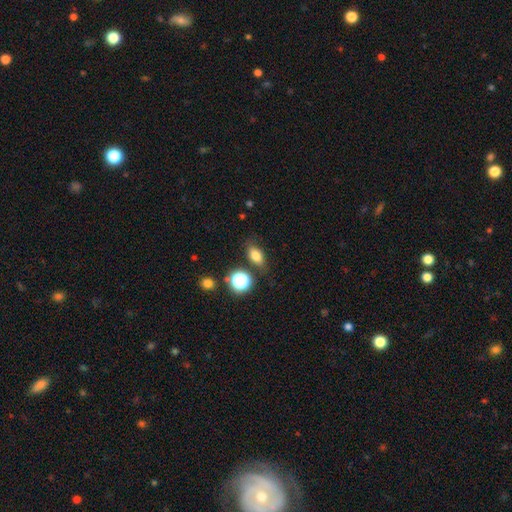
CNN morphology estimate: smooth-or-featured: smooth: 77% | star or artifact: 14% | featured or disk: 9%
  how-rounded: in between: 78% | round: 17% | cigar-shaped: 5%
  merging: none: 77% | minor disturbance: 14% | merger: 5% | major disturbance: 4%